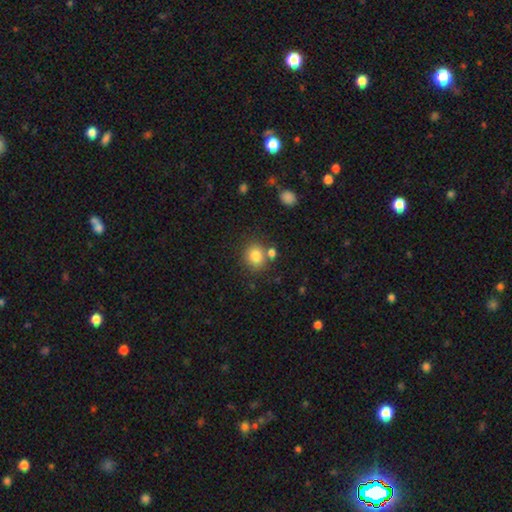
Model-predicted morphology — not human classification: Smooth or featured: smooth — 82% (star or artifact — 11%)
How rounded: round — 74% (in between — 25%)
Merging: none — 71% (merger — 15%)